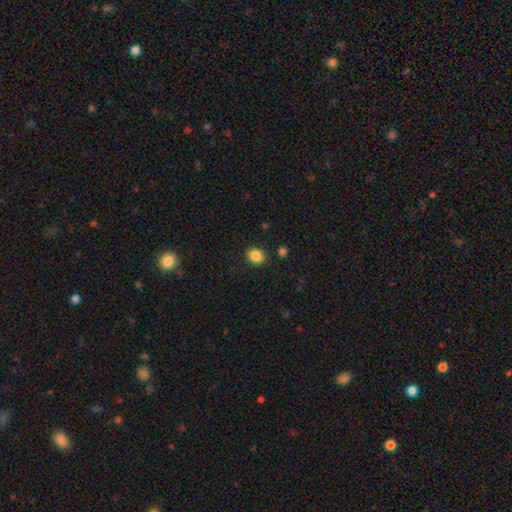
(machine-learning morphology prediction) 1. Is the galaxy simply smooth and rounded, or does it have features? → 86% smooth, 10% star or artifact, 4% featured or disk.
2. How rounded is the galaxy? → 61% round, 38% in between, 1% cigar-shaped.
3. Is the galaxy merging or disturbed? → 88% none, 8% minor disturbance, 2% major disturbance, 2% merger.